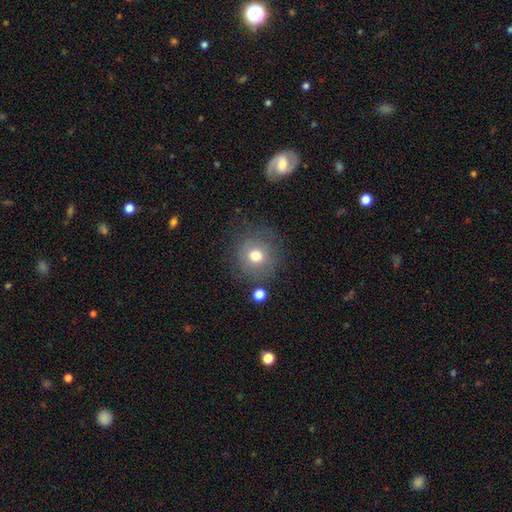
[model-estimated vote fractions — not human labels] The model was most divided on "smooth or featured": smooth: 72%, featured or disk: 15%, star or artifact: 13%. More confident: how rounded — round (91%); merging — none (76%).